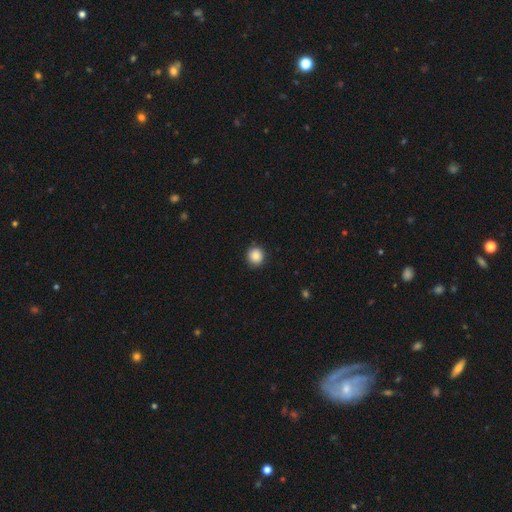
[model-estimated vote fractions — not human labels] smooth-or-featured: smooth: 86% | star or artifact: 9% | featured or disk: 5%
  how-rounded: round: 90% | in between: 9% | cigar-shaped: 1%
  merging: none: 88% | minor disturbance: 9% | major disturbance: 2% | merger: 1%